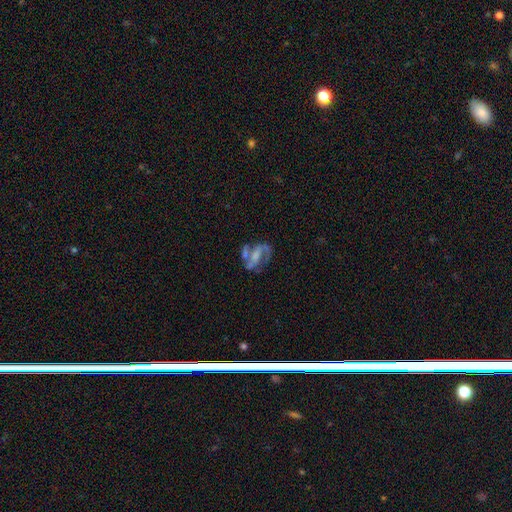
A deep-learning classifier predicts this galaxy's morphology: The model was most divided on "bar": no: 38%, weak: 34%, strong: 28%. Remaining: edge-on disk — no (96%); spiral arms — yes (71%); smooth or featured — featured or disk (70%); merging — none (38%); bulge size — none (38%).